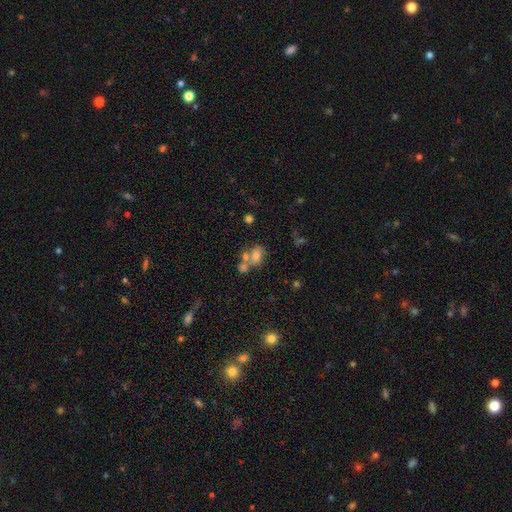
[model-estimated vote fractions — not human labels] Morphology: type=smooth (66%); roundness=in between (66%); merging=merger (41%).